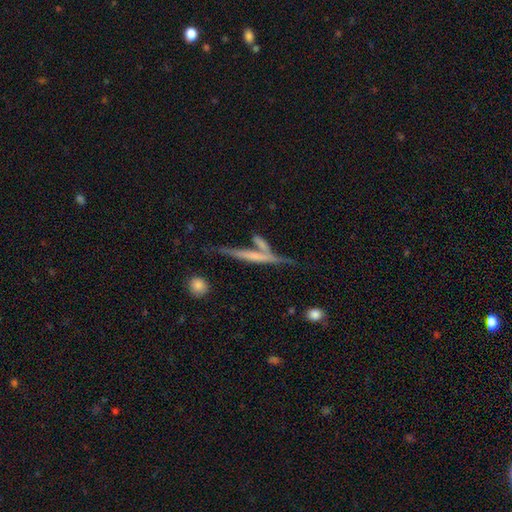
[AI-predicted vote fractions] Smooth or featured?
  - featured or disk: 61% *
  - smooth: 31%
  - star or artifact: 8%
Edge-on disk?
  - yes: 91% *
  - no: 9%
Edge-on bulge?
  - none: 60% *
  - rounded: 24%
  - boxy: 16%
Merging?
  - none: 53% *
  - merger: 27%
  - minor disturbance: 14%
  - major disturbance: 6%